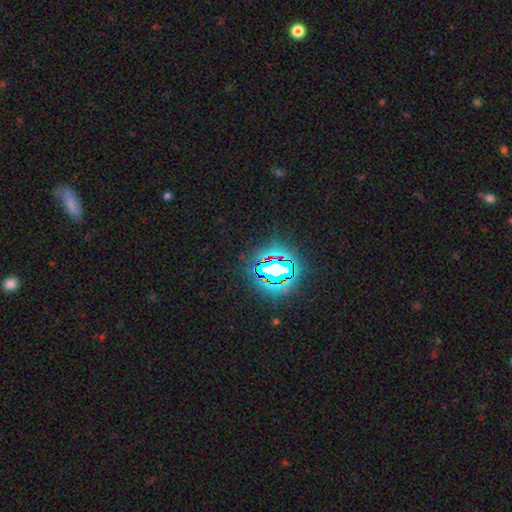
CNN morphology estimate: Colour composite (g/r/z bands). It shows a star or artifact, not a galaxy (81%).